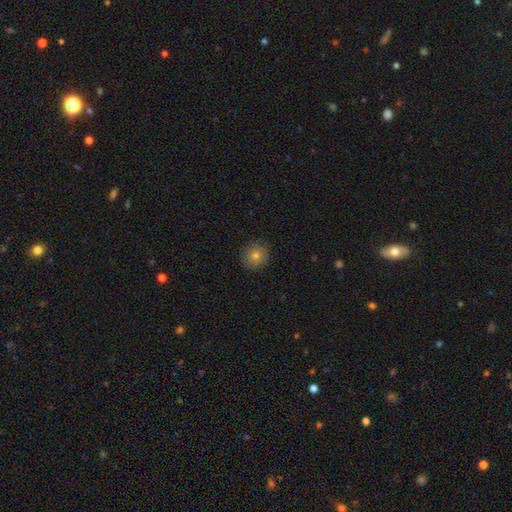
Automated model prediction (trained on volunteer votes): A smooth galaxy with no disk features (77%) that is round (92%).

Vote fractions:
- Smooth or featured? smooth: 77% / star or artifact: 13% / featured or disk: 10%
- How rounded? round: 92% / in between: 7% / cigar-shaped: 1%
- Merging? none: 90% / minor disturbance: 7% / major disturbance: 2% / merger: 1%